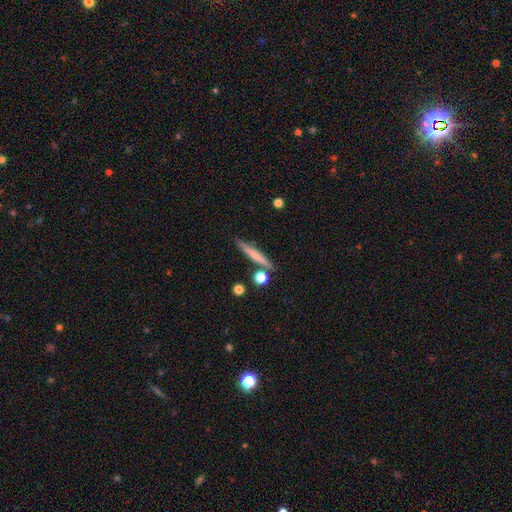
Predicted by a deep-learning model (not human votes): smooth_or_featured: smooth (p=0.59) [alt: featured or disk p=0.34]
how_rounded: cigar-shaped (p=0.92) [alt: in between p=0.05]
merging: none (p=0.80) [alt: minor disturbance p=0.10]